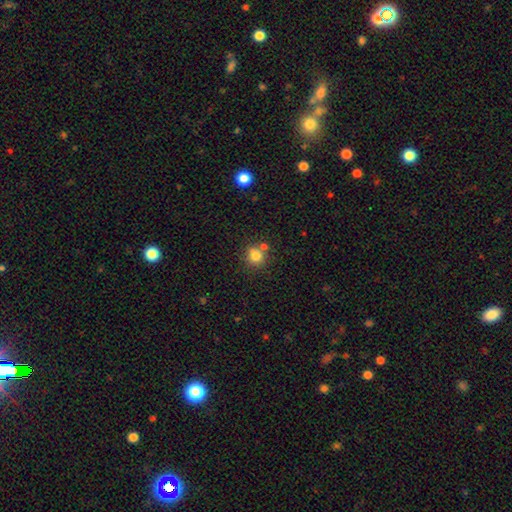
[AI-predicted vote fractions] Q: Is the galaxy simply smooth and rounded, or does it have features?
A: smooth — 80%.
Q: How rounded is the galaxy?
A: round — 86%.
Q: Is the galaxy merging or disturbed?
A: none — 64%.